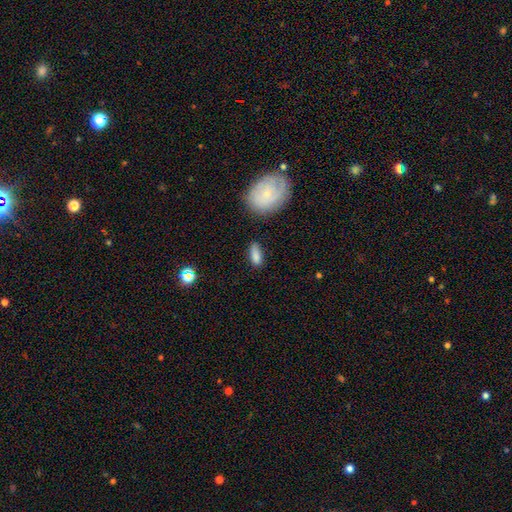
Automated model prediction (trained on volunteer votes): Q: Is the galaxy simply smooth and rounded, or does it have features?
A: smooth — 84%.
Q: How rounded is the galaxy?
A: in between — 77%.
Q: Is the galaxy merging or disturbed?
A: none — 75%.